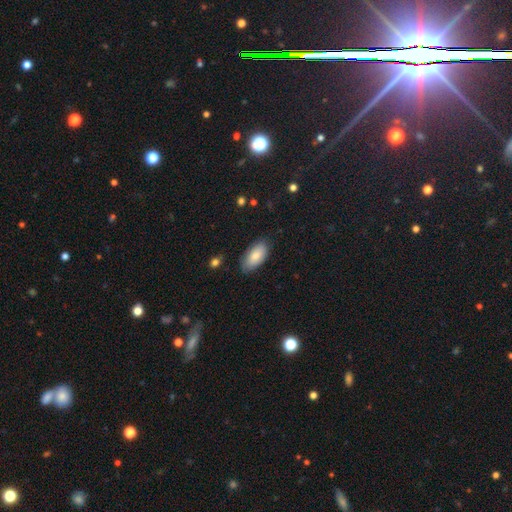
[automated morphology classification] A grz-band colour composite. It shows a smooth galaxy with no disk features (83%) that is in between round and cigar-shaped (93%). Merging: none (80%).